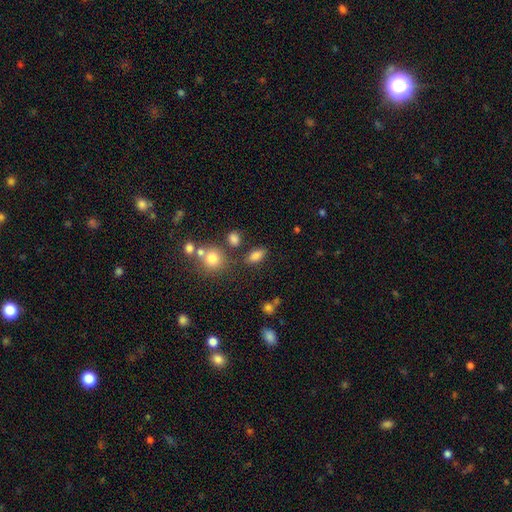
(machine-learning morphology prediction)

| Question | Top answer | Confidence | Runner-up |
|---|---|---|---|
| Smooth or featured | smooth | 81% | star or artifact (11%) |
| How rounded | in between | 83% | round (9%) |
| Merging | none | 75% | minor disturbance (12%) |